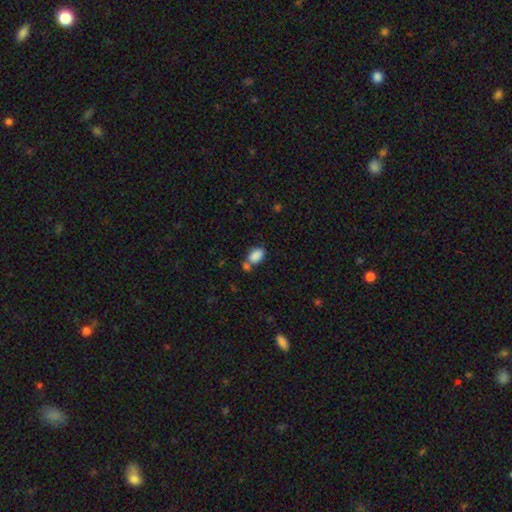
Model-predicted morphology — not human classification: The model was most divided on "merging": none: 48%, merger: 33%, minor disturbance: 14%, major disturbance: 5%. More confident: how rounded — in between (89%); smooth or featured — smooth (86%).